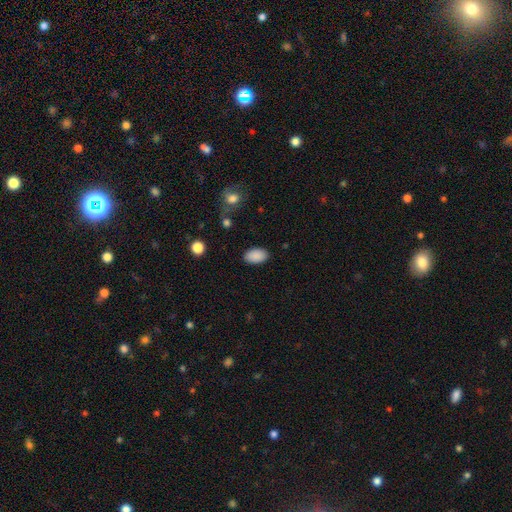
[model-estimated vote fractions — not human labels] Smooth or featured?
  - smooth: 90% *
  - star or artifact: 7%
  - featured or disk: 3%
How rounded?
  - in between: 92% *
  - round: 6%
  - cigar-shaped: 1%
Merging?
  - none: 87% *
  - minor disturbance: 9%
  - major disturbance: 2%
  - merger: 1%